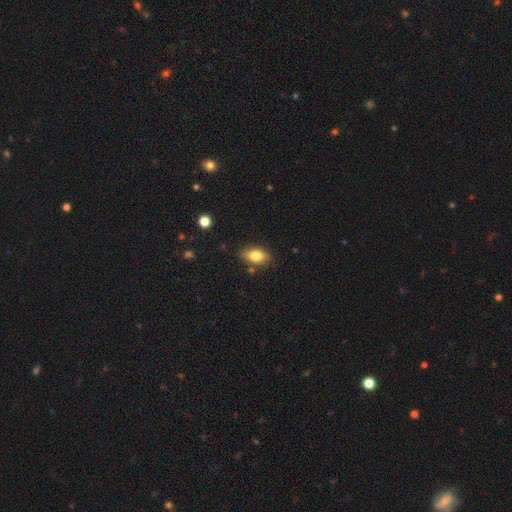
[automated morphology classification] Overall: smooth (80%). How rounded: in between (86%). Merging: none (80%).